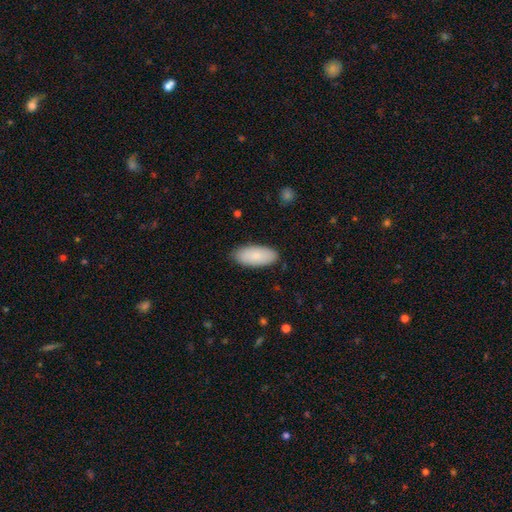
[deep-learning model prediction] smooth 87%, featured or disk 7%, star or artifact 6%. Down the decision tree: how rounded — in between (90%); merging — none (87%).